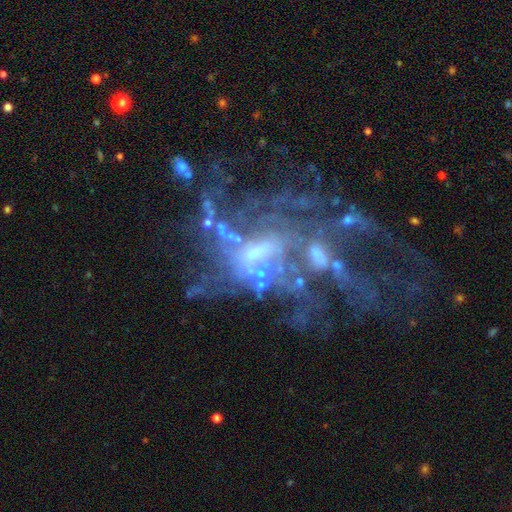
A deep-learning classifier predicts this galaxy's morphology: Smooth or featured: featured or disk — 75% (star or artifact — 17%)
Edge-on disk: no — 97% (yes — 3%)
Bar: no — 53% (weak — 33%)
Spiral arms: yes — 58% (no — 42%)
Bulge size: small — 38% (moderate — 32%)
Merging: major disturbance — 33% (merger — 29%)